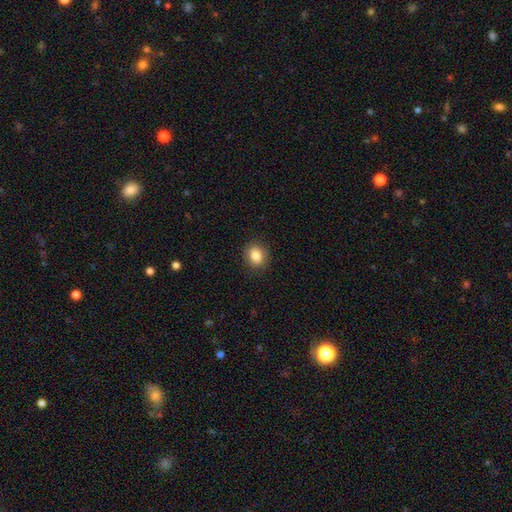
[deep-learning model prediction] Smooth or featured? Predicted: smooth (p=0.84). How rounded? Predicted: round (p=0.63). Merging? Predicted: none (p=0.88).